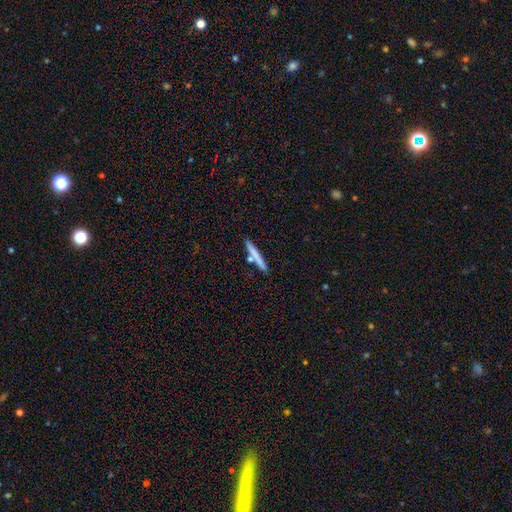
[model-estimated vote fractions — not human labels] A smooth galaxy with no disk features (70%) that is cigar-shaped (94%).

Vote fractions:
- Smooth or featured? smooth: 70% / featured or disk: 24% / star or artifact: 6%
- How rounded? cigar-shaped: 94% / in between: 4% / round: 2%
- Merging? none: 78% / merger: 10% / minor disturbance: 9% / major disturbance: 2%